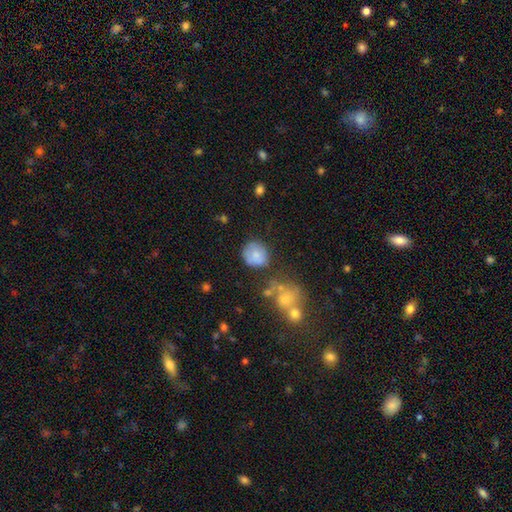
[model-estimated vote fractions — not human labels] The model was most divided on "merging": none: 61%, minor disturbance: 22%, major disturbance: 8%, merger: 8%. More confident: how rounded — round (79%); smooth or featured — smooth (75%).